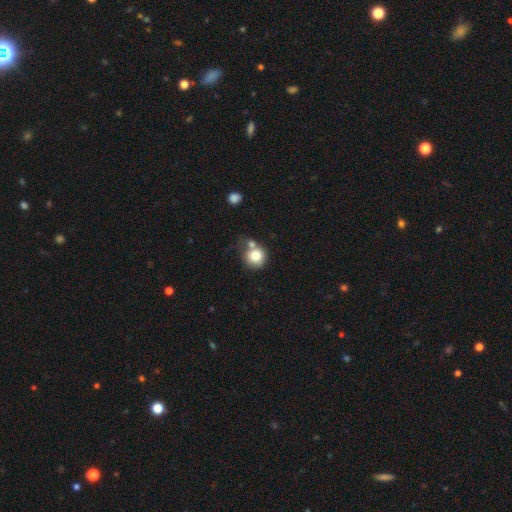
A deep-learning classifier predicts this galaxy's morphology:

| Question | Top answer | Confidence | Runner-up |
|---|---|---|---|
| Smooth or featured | smooth | 77% | featured or disk (13%) |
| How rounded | round | 89% | in between (10%) |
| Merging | none | 50% | merger (29%) |